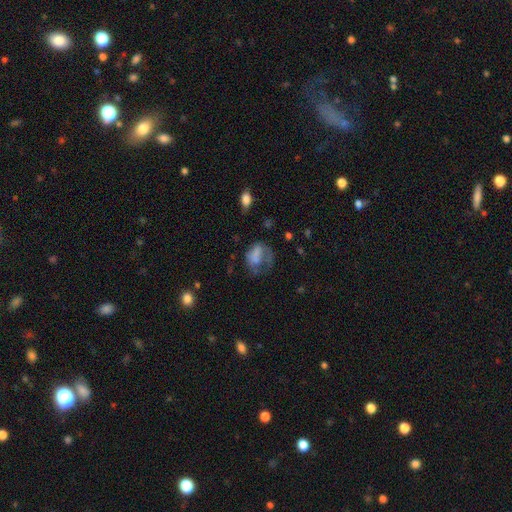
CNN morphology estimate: Smooth or featured? smooth (60%)
How rounded? in between (67%)
Merging? major disturbance (47%)